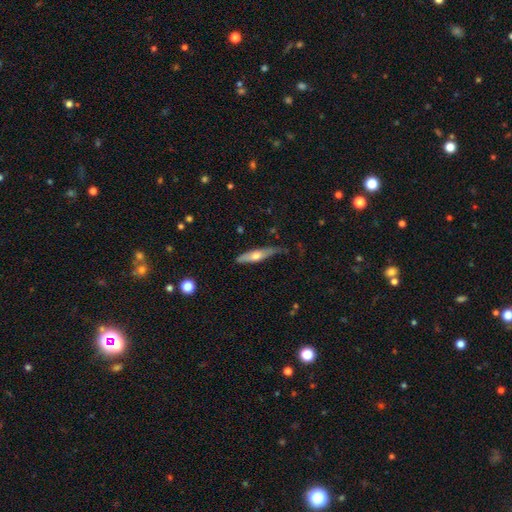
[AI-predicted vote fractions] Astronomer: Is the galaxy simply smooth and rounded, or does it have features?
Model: smooth — 49% (runner-up: featured or disk, 46%).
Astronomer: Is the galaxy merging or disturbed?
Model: none — 60%.